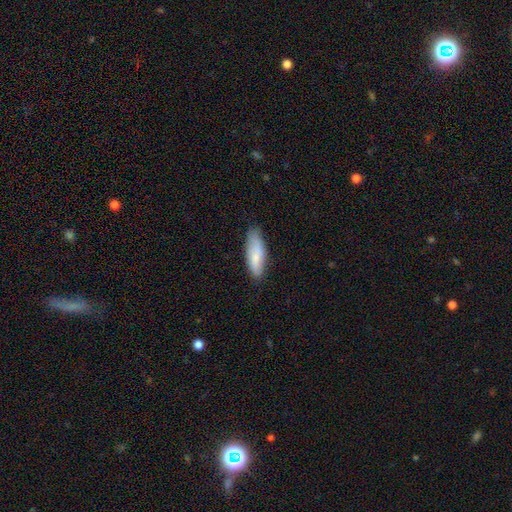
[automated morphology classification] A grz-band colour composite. It shows a smooth galaxy with no disk features (77%) that is in between round and cigar-shaped (59%). Merging: none (78%).